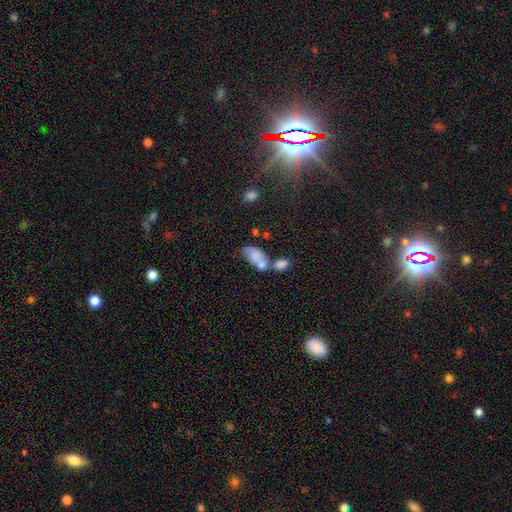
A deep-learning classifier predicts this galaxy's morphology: Smooth or featured? Predicted: smooth (p=0.74). How rounded? Predicted: in between (p=0.90). Merging? Predicted: merger (p=0.56).